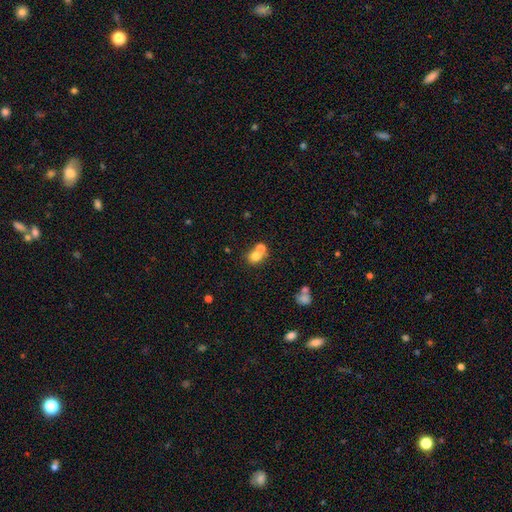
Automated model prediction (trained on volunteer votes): Overall: smooth (74%). How rounded: round (74%). Merging: merger (50%; none 40%).